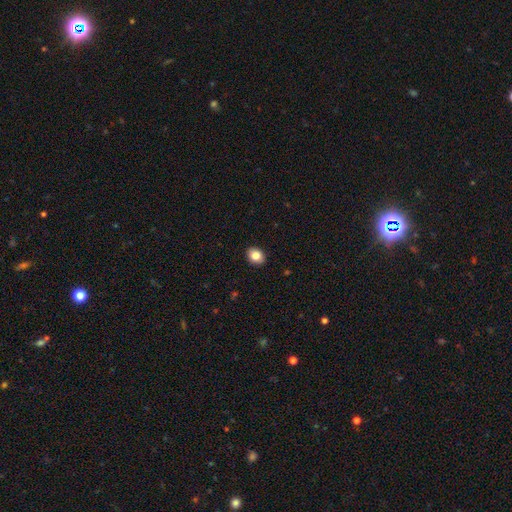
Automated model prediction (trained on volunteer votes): A smooth galaxy with no disk features (84%) that is in between round and cigar-shaped (57%).

Vote fractions:
- Smooth or featured? smooth: 84% / star or artifact: 9% / featured or disk: 7%
- How rounded? in between: 57% / round: 42% / cigar-shaped: 1%
- Merging? none: 91% / minor disturbance: 7% / major disturbance: 2% / merger: 1%